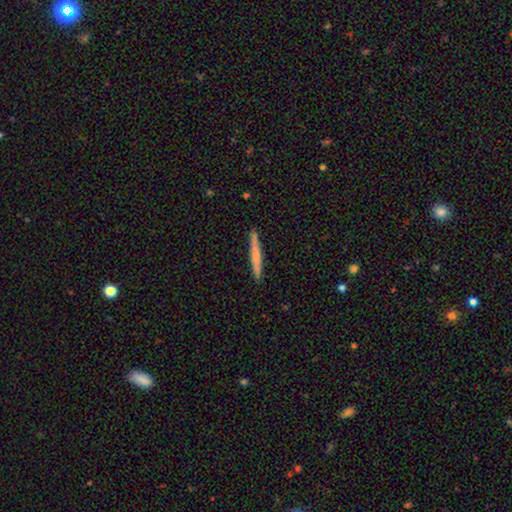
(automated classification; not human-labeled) This appears to be a smooth galaxy with no disk features (61%) that is cigar-shaped (97%). Merging: none (92%).